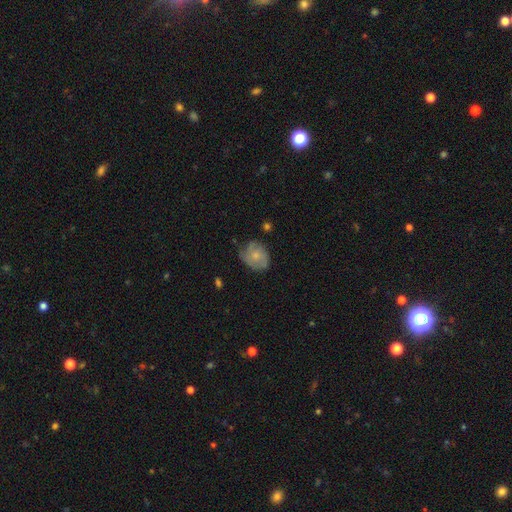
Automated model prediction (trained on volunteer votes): smooth-or-featured: smooth: 47% | featured or disk: 45% | star or artifact: 7%
  merging: none: 56% | minor disturbance: 31% | major disturbance: 11% | merger: 2%